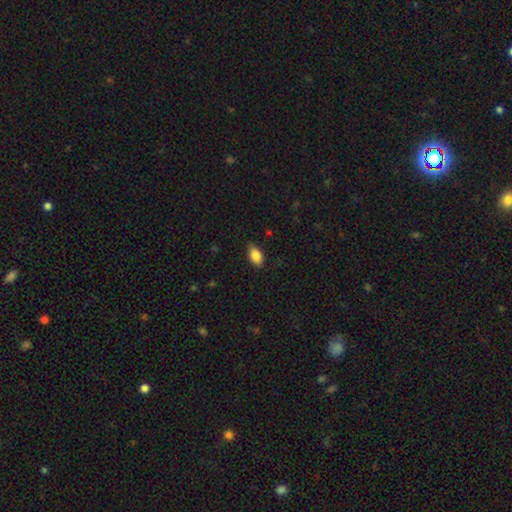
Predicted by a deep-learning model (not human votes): A smooth galaxy with no disk features (85%) that is in between round and cigar-shaped (88%). Merging: none (76%).